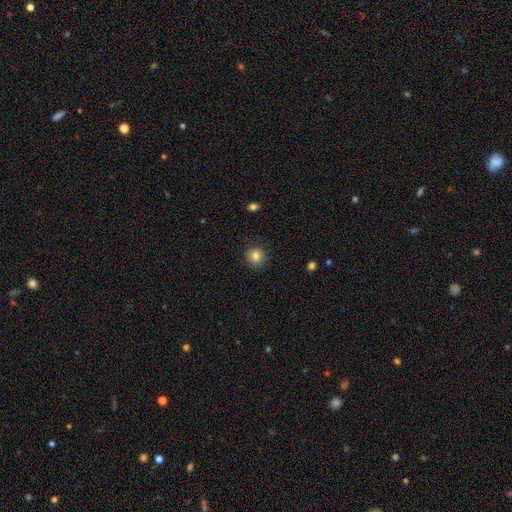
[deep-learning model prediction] A smooth galaxy with no disk features (82%) that is round (92%). Merging: none (90%).